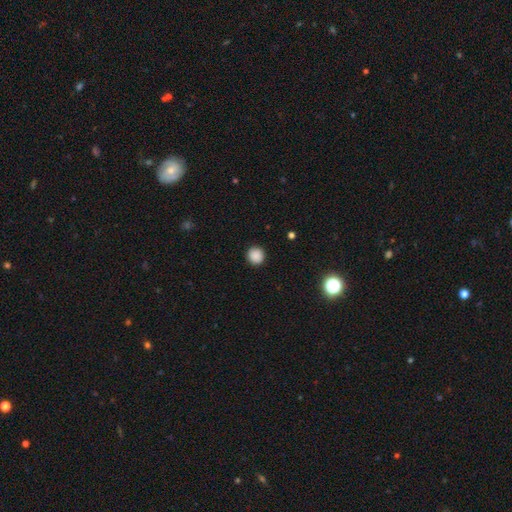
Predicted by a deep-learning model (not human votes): Smooth or featured? Predicted: smooth (p=0.88). How rounded? Predicted: round (p=0.94). Merging? Predicted: none (p=0.91).